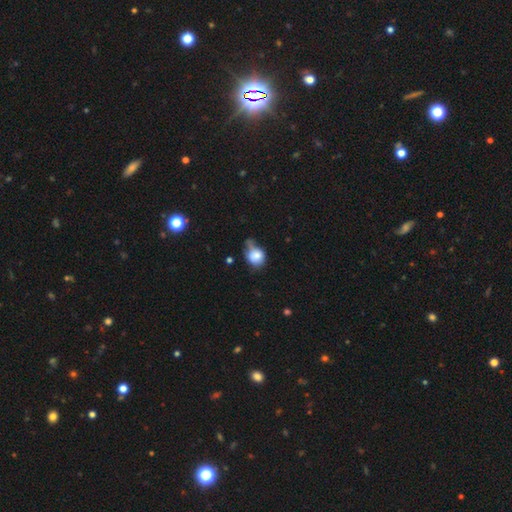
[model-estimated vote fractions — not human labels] Smooth or featured?
  - smooth: 79% *
  - featured or disk: 11%
  - star or artifact: 9%
How rounded?
  - round: 67% *
  - in between: 31%
  - cigar-shaped: 1%
Merging?
  - minor disturbance: 36% *
  - none: 33%
  - major disturbance: 16%
  - merger: 14%